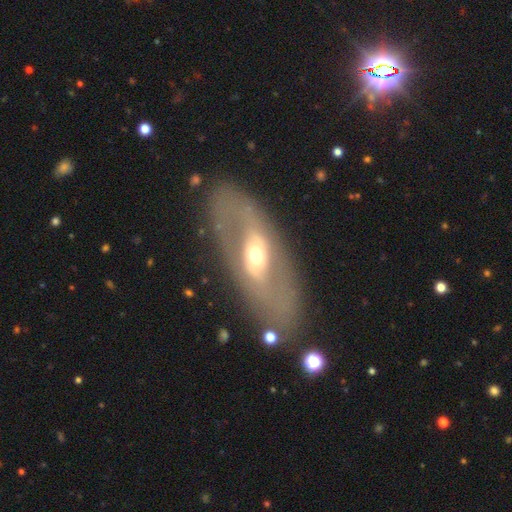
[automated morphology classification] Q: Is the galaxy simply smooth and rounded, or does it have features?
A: featured or disk — 69%.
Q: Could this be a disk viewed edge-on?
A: no — 84%.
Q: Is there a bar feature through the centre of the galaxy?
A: no — 43%.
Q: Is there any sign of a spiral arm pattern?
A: no — 65%.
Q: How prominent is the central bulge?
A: moderate — 66%.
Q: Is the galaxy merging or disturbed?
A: none — 80%.